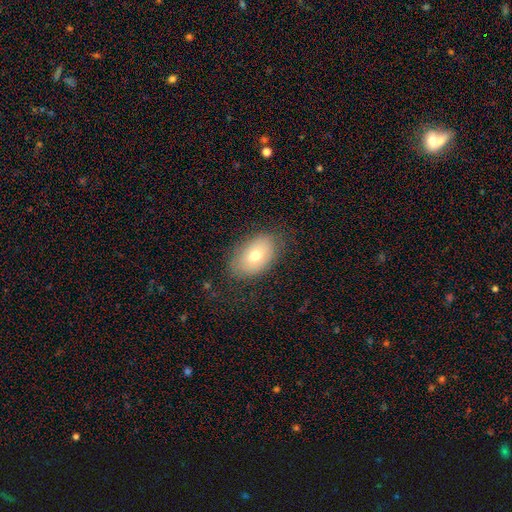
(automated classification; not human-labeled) smooth-or-featured: smooth: 69% | featured or disk: 22% | star or artifact: 9%
  how-rounded: in between: 88% | round: 10% | cigar-shaped: 1%
  merging: none: 78% | minor disturbance: 16% | major disturbance: 5% | merger: 1%